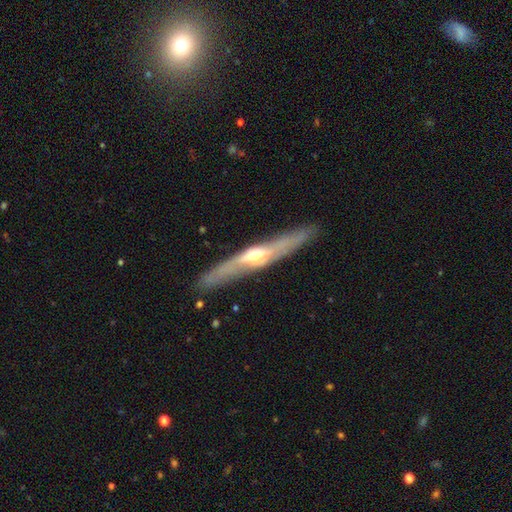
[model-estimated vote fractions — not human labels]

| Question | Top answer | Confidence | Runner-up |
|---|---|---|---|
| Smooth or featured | featured or disk | 73% | smooth (22%) |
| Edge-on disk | yes | 80% | no (20%) |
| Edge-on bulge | rounded | 82% | none (13%) |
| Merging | none | 86% | minor disturbance (10%) |